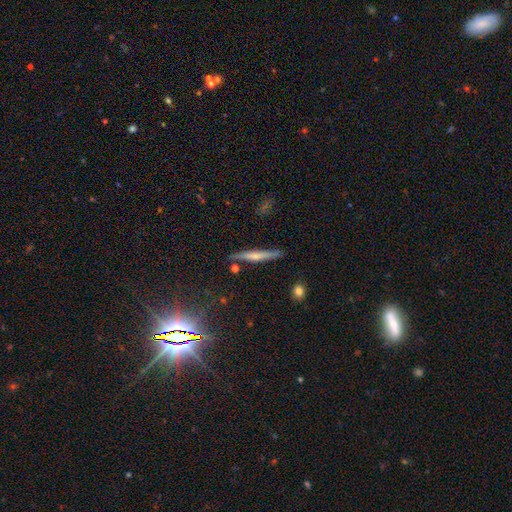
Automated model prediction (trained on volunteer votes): Smooth or featured: featured or disk — 48% (smooth — 44%)
Merging: none — 85% (minor disturbance — 11%)